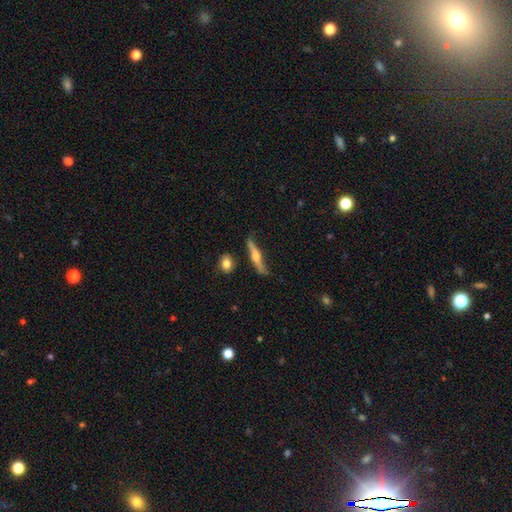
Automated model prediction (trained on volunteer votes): A featured or disk galaxy (67%) viewed edge-on (93%) with a rounded central bulge (88%).

Vote fractions:
- Smooth or featured? featured or disk: 67% / smooth: 26% / star or artifact: 7%
- Edge-on disk? yes: 93% / no: 7%
- Edge-on bulge? rounded: 88% / none: 7% / boxy: 6%
- Merging? none: 72% / minor disturbance: 19% / major disturbance: 5% / merger: 4%